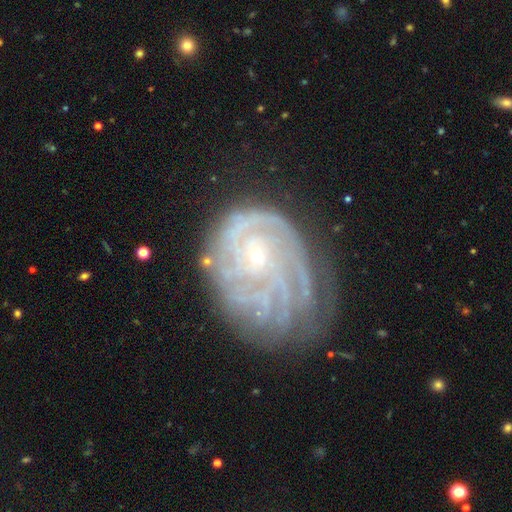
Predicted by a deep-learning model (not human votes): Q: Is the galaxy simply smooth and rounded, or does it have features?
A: featured or disk — 81%.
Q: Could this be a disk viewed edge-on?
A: no — 97%.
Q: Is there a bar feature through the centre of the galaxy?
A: no — 73%.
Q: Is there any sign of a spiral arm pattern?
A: yes — 92%.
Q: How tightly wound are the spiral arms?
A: tight — 71%.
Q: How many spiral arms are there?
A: can't tell — 38%.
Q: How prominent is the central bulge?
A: small — 82%.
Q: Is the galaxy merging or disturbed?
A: none — 51%.